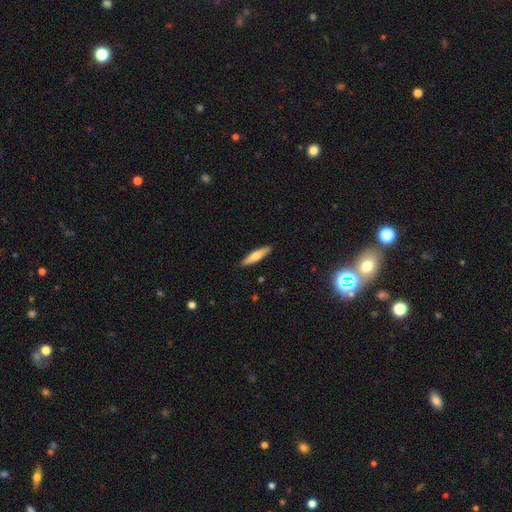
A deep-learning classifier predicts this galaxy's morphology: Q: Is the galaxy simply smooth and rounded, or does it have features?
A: smooth — 61%.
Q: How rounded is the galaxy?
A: cigar-shaped — 82%.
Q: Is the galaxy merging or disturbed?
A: none — 90%.